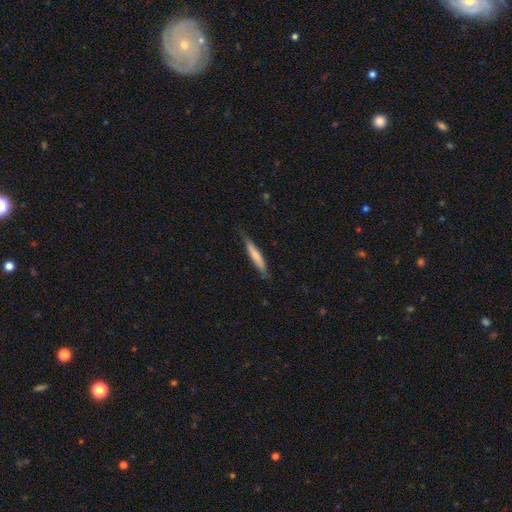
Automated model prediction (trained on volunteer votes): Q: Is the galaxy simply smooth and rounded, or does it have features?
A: smooth — 72%.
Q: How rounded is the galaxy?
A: cigar-shaped — 92%.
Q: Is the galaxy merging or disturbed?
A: none — 80%.